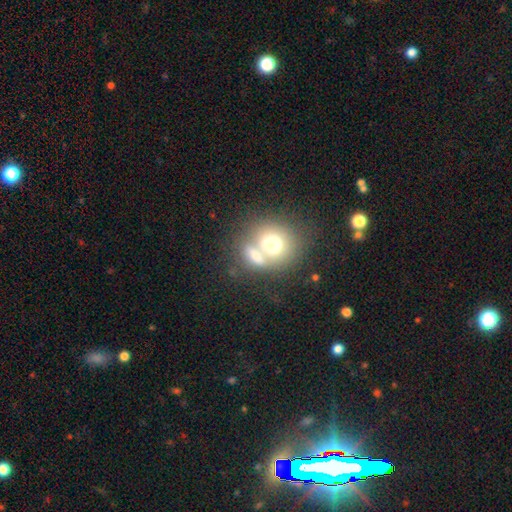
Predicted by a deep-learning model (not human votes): smooth_or_featured: smooth (p=0.69) [alt: featured or disk p=0.21]
how_rounded: round (p=0.60) [alt: in between p=0.37]
merging: merger (p=0.53) [alt: none p=0.31]